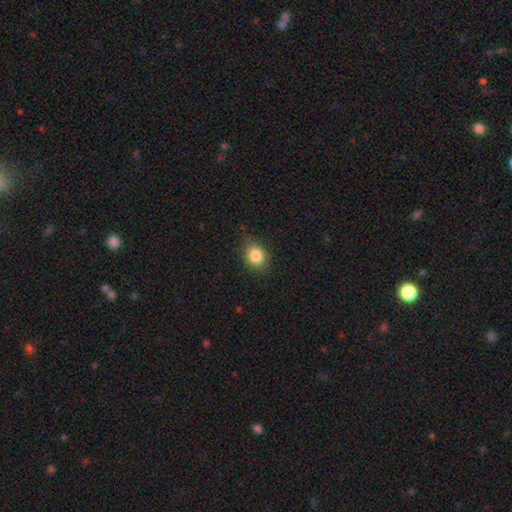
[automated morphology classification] Smooth or featured? Predicted: smooth (p=0.85). How rounded? Predicted: in between (p=0.49, tied with round). Merging? Predicted: none (p=0.81).